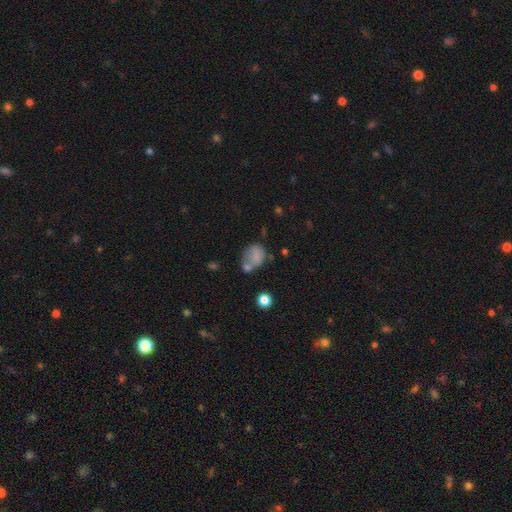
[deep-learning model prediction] Morphology: type=smooth (74%); roundness=in between (56%); merging=none (37%).